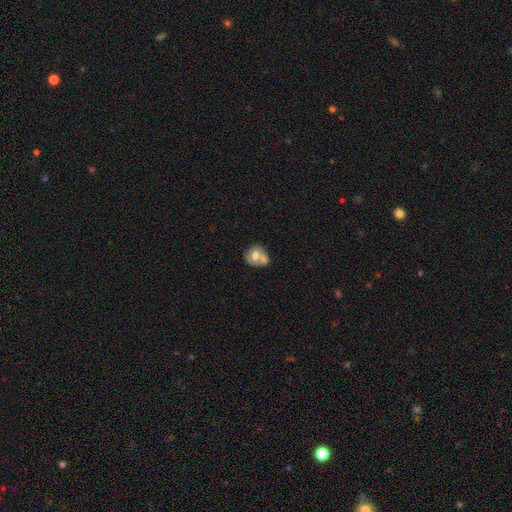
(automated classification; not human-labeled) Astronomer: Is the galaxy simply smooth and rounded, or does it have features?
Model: smooth — 60%.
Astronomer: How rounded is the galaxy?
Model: round — 73%.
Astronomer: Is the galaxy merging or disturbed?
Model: merger — 43% (runner-up: none, 38%).